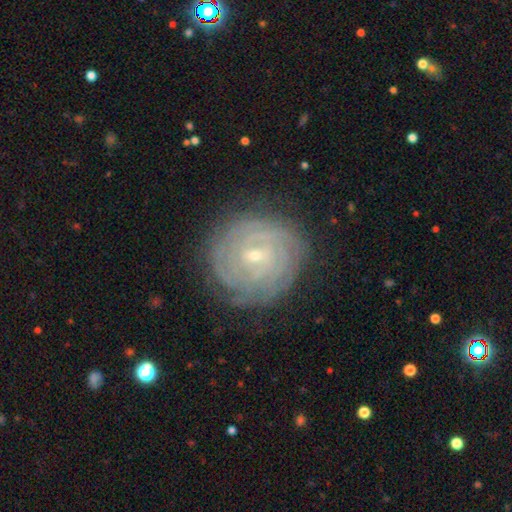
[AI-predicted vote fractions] Smooth or featured? Predicted: featured or disk (p=0.83). Edge-on disk? Predicted: no (p=0.97). Bar? Predicted: weak (p=0.47). Spiral arms? Predicted: yes (p=0.96). Spiral winding? Predicted: tight (p=0.88). Spiral arm count? Predicted: can't tell (p=0.35). Bulge size? Predicted: small (p=0.74). Merging? Predicted: none (p=0.83).